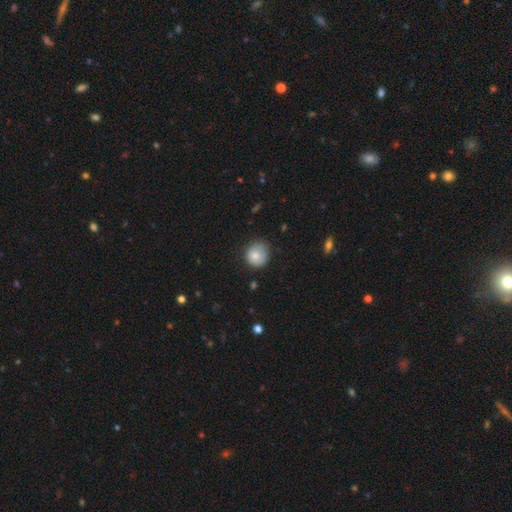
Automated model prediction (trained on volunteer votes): smooth-or-featured: smooth: 79% | featured or disk: 13% | star or artifact: 8%
  how-rounded: round: 85% | in between: 15% | cigar-shaped: 1%
  merging: none: 66% | minor disturbance: 26% | major disturbance: 6% | merger: 1%